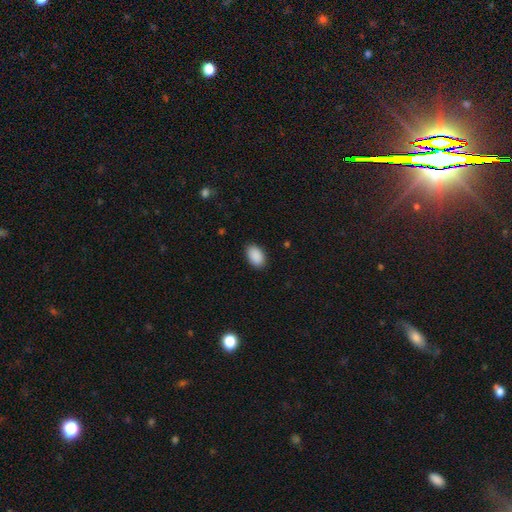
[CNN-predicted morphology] Smooth or featured? Predicted: smooth (p=0.90). How rounded? Predicted: in between (p=0.91). Merging? Predicted: none (p=0.88).